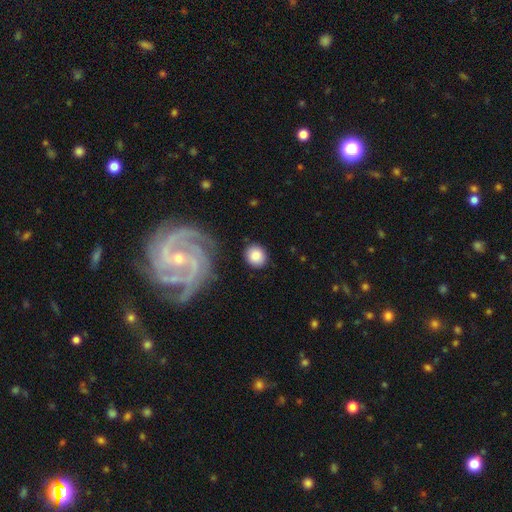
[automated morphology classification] This appears to be a smooth galaxy with no disk features (81%) that is round (83%). Merging: none (82%).